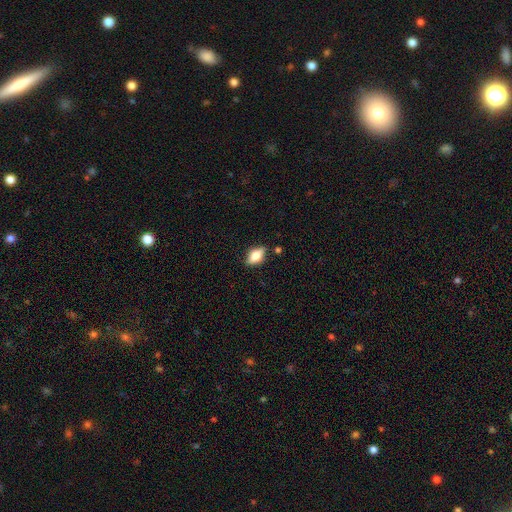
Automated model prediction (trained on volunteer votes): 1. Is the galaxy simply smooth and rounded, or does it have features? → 61% smooth, 30% featured or disk, 8% star or artifact.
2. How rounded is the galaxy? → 82% in between, 10% cigar-shaped, 8% round.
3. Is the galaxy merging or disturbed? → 80% none, 14% minor disturbance, 3% merger, 3% major disturbance.